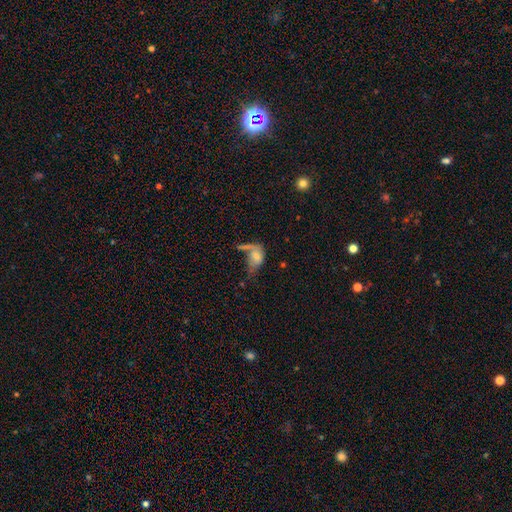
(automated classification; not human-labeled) A smooth galaxy with no disk features (64%) that is in between round and cigar-shaped (83%). Merging: merger (29%).